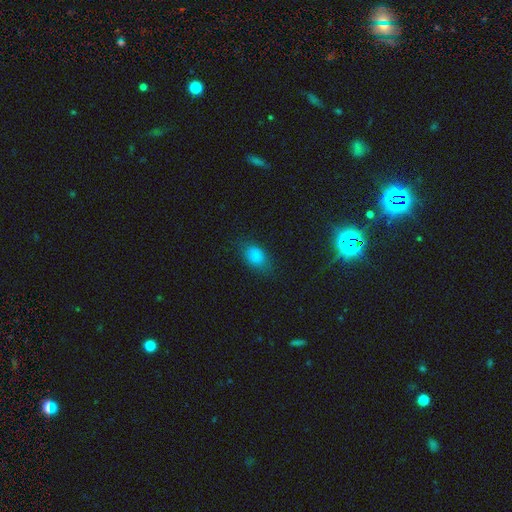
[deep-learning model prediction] Smooth or featured?
  - smooth: 82% *
  - star or artifact: 10%
  - featured or disk: 7%
How rounded?
  - in between: 84% *
  - round: 13%
  - cigar-shaped: 3%
Merging?
  - none: 77% *
  - minor disturbance: 17%
  - major disturbance: 5%
  - merger: 1%